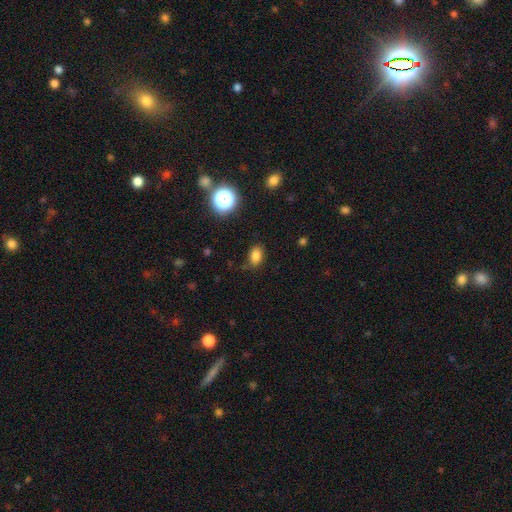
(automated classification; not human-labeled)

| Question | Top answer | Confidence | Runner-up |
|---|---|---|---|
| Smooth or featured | smooth | 81% | star or artifact (14%) |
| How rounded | in between | 75% | round (24%) |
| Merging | none | 82% | minor disturbance (13%) |